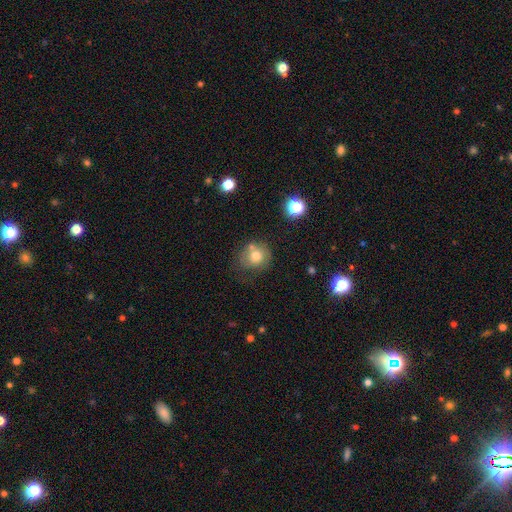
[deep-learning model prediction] The model was most divided on "merging": none: 54%, minor disturbance: 21%, merger: 16%, major disturbance: 9%. More confident: how rounded — round (81%); smooth or featured — smooth (72%).